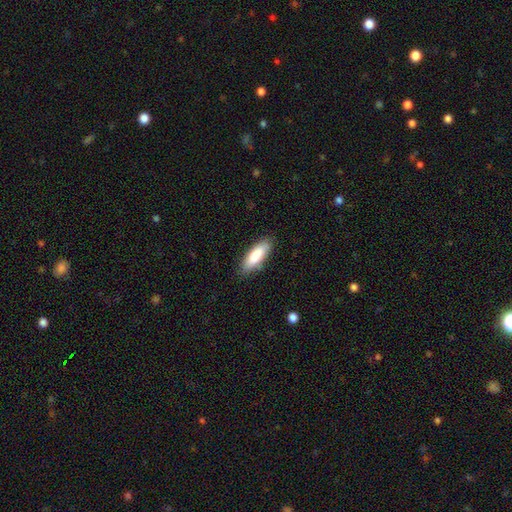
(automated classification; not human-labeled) Morphology: type=smooth (86%); roundness=in between (57%); merging=none (85%).